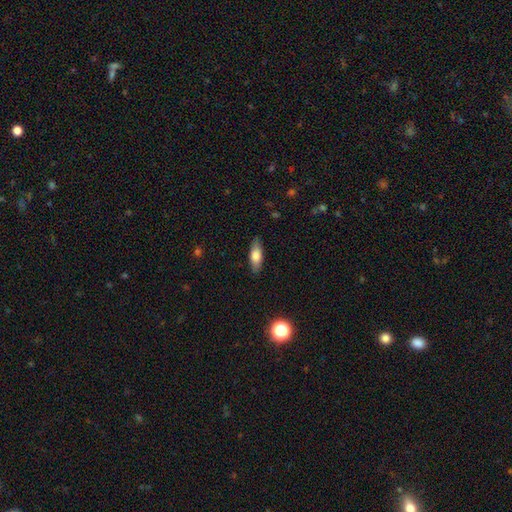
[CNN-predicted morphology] A smooth galaxy with no disk features (73%) that is in between round and cigar-shaped (64%). Merging: none (86%).